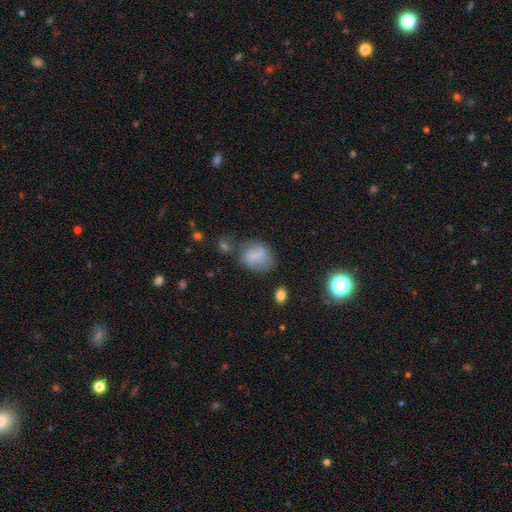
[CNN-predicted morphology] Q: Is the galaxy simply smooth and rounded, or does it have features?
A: smooth — 69%.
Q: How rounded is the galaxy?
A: in between — 66%.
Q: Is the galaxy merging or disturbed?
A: none — 52%.